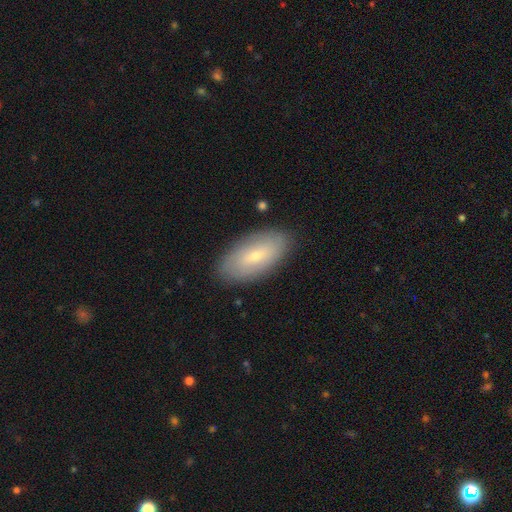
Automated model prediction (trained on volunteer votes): The model was most divided on "smooth or featured": smooth: 58%, featured or disk: 34%, star or artifact: 7%. More confident: how rounded — in between (92%); merging — none (86%).